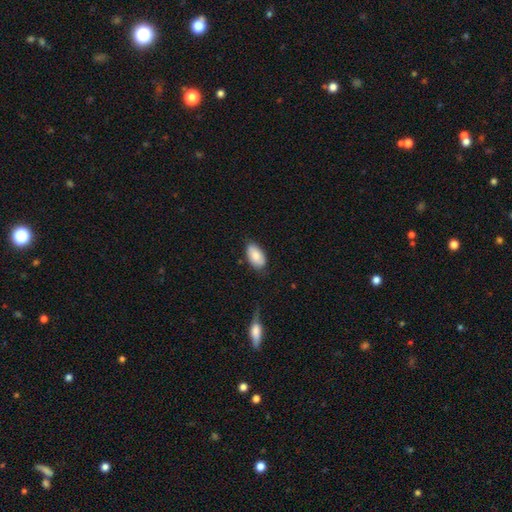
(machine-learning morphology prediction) A smooth galaxy with no disk features (85%) that is in between round and cigar-shaped (95%).

Vote fractions:
- Smooth or featured? smooth: 85% / featured or disk: 9% / star or artifact: 6%
- How rounded? in between: 95% / round: 3% / cigar-shaped: 2%
- Merging? none: 75% / minor disturbance: 20% / major disturbance: 4% / merger: 2%